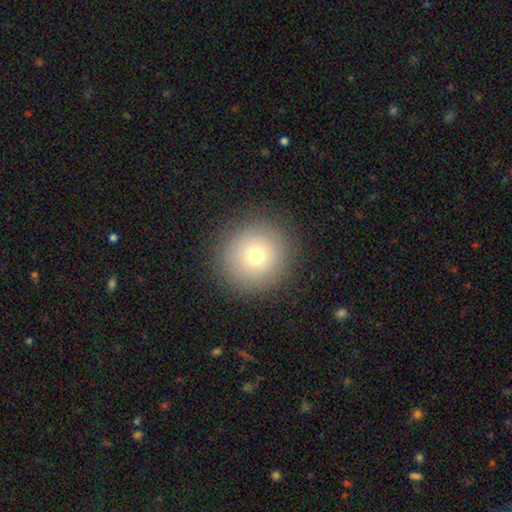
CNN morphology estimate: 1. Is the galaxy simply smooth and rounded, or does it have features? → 71% smooth, 15% featured or disk, 13% star or artifact.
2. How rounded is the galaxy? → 95% round, 4% in between, 1% cigar-shaped.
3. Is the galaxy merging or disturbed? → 89% none, 6% minor disturbance, 3% major disturbance, 1% merger.